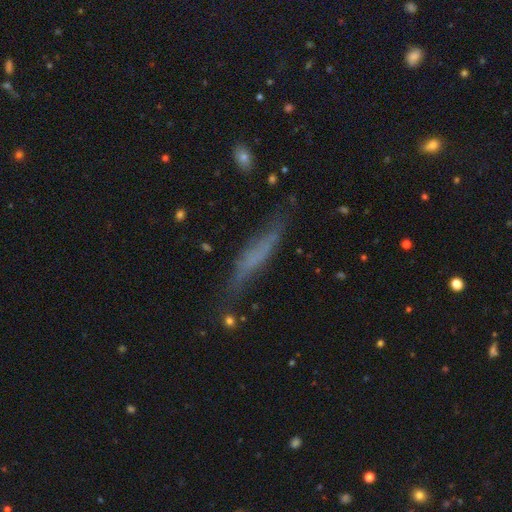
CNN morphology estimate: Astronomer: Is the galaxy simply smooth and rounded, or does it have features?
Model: smooth — 48% (runner-up: featured or disk, 40%).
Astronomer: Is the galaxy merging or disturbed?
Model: none — 63%.